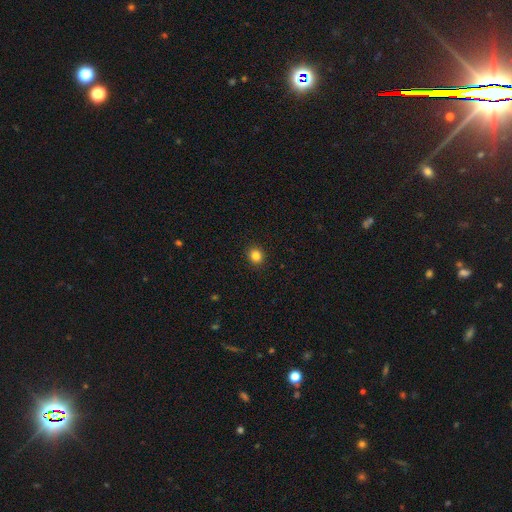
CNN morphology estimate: The model was most divided on "how rounded": round: 79%, in between: 21%, cigar-shaped: 1%. More confident: merging — none (92%); smooth or featured — smooth (85%).